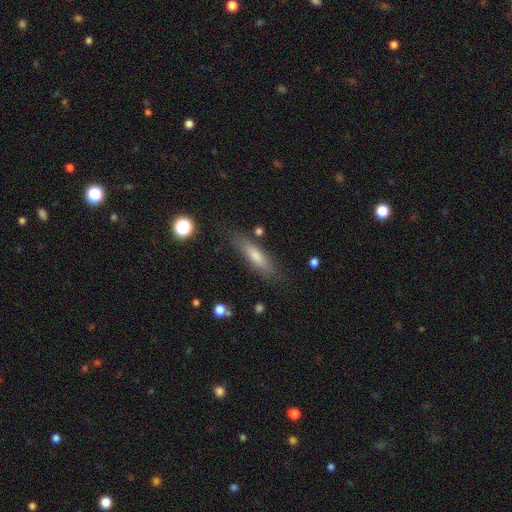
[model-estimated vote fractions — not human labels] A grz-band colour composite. It shows a smooth galaxy with no disk features (64%) that is cigar-shaped (75%). Merging: none (80%).